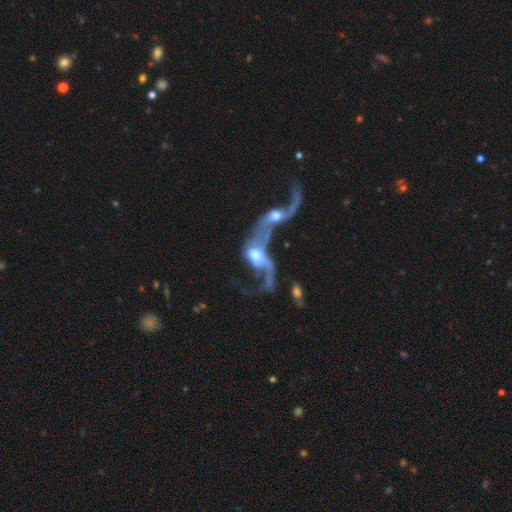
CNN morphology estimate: Smooth or featured? featured or disk (67%)
Edge-on disk? no (92%)
Bar? no (63%)
Spiral arms? yes (67%)
Bulge size? moderate (53%)
Merging? merger (78%)